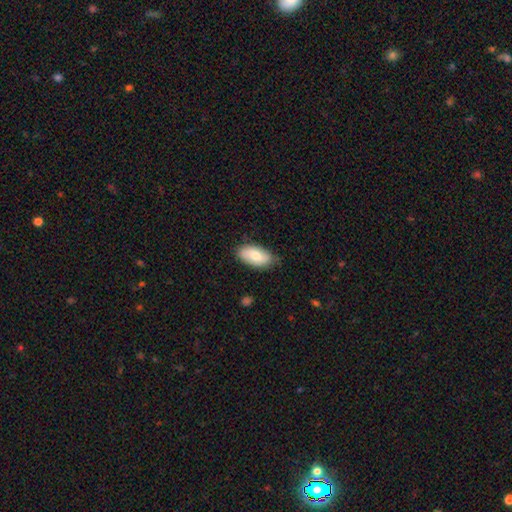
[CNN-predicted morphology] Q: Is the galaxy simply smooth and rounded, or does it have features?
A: smooth — 69%.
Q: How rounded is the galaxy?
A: in between — 93%.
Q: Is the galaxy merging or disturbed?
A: none — 78%.